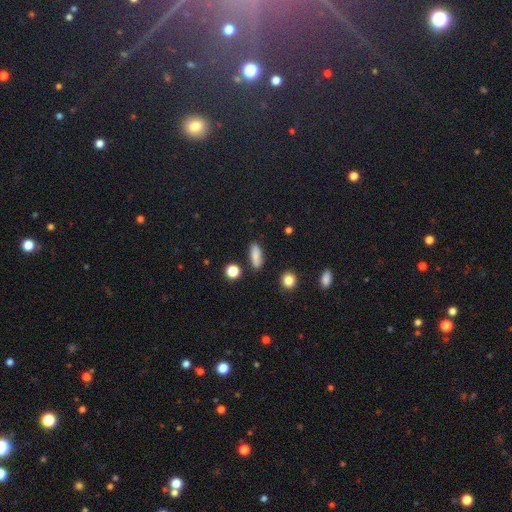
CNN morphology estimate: smooth 80%, featured or disk 11%, star or artifact 10%. Down the decision tree: how rounded — in between (61%); merging — none (83%).